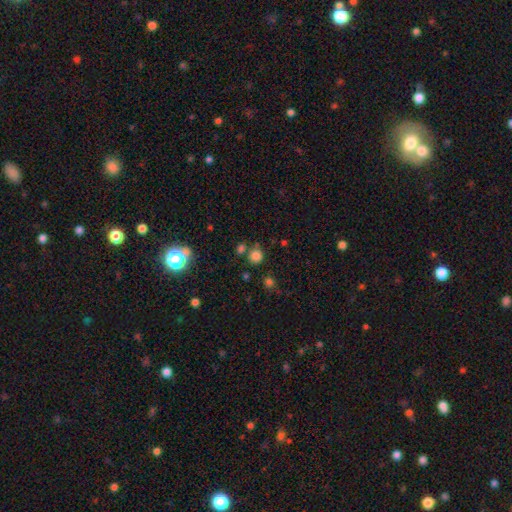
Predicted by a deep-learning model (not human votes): Q: Smooth or featured?
A: smooth (77%); runner-up: star or artifact (17%)
Q: How rounded?
A: round (88%); runner-up: in between (11%)
Q: Merging?
A: none (73%); runner-up: merger (14%)